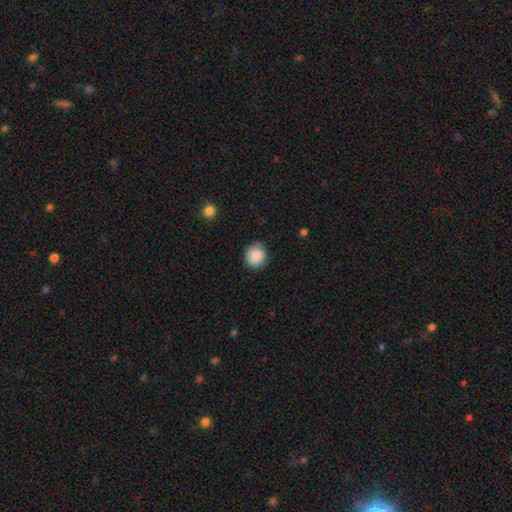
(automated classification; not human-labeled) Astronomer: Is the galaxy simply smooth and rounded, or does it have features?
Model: smooth — 89%.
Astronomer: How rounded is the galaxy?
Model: round — 84%.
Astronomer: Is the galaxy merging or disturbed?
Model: none — 85%.